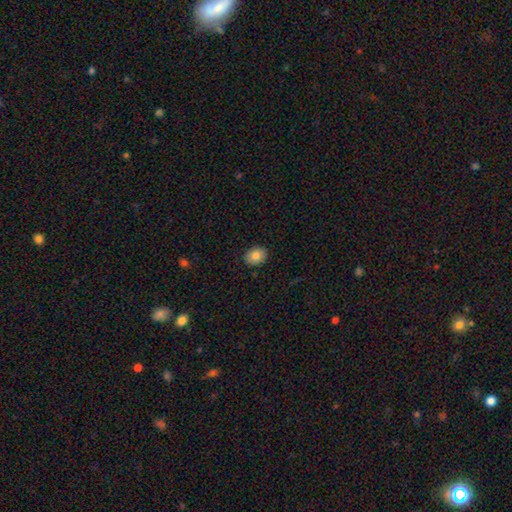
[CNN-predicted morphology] Smooth or featured?
  - smooth: 82% *
  - featured or disk: 10%
  - star or artifact: 8%
How rounded?
  - in between: 56% *
  - round: 43%
  - cigar-shaped: 1%
Merging?
  - none: 89% *
  - minor disturbance: 8%
  - major disturbance: 2%
  - merger: 1%